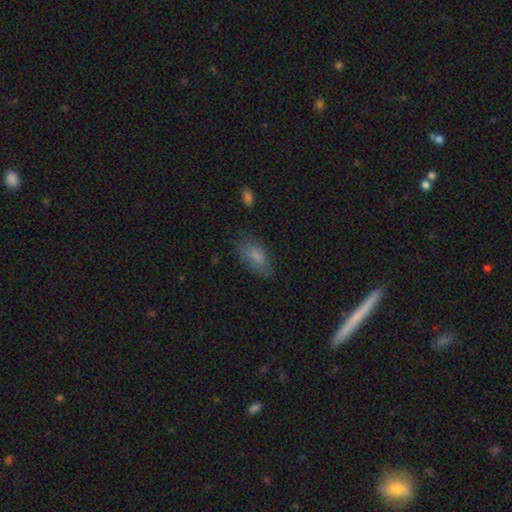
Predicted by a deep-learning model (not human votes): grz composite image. It shows a smooth galaxy with no disk features (81%) that is in between round and cigar-shaped (88%). Merging: none (70%).